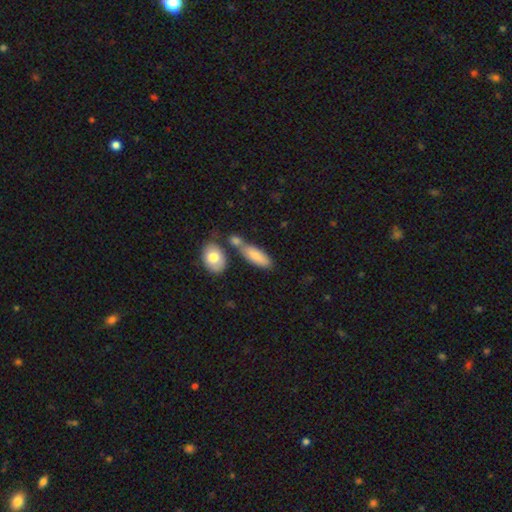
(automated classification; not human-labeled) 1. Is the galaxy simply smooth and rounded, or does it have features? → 80% smooth, 14% featured or disk, 6% star or artifact.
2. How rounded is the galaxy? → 71% in between, 26% cigar-shaped, 3% round.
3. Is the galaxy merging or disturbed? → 52% none, 28% merger, 15% minor disturbance, 5% major disturbance.